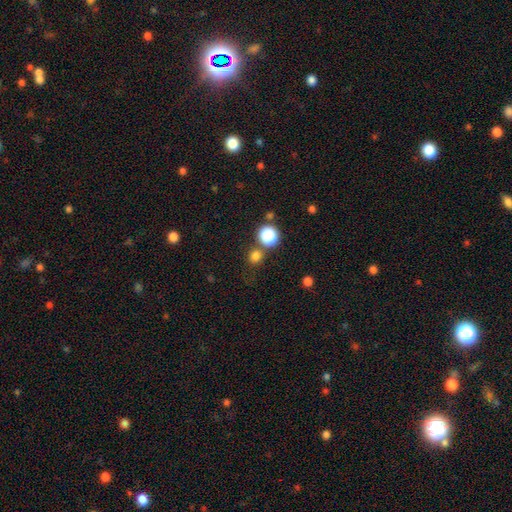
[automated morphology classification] This appears to be a smooth galaxy with no disk features (75%) that is round (87%). Merging: none (74%).